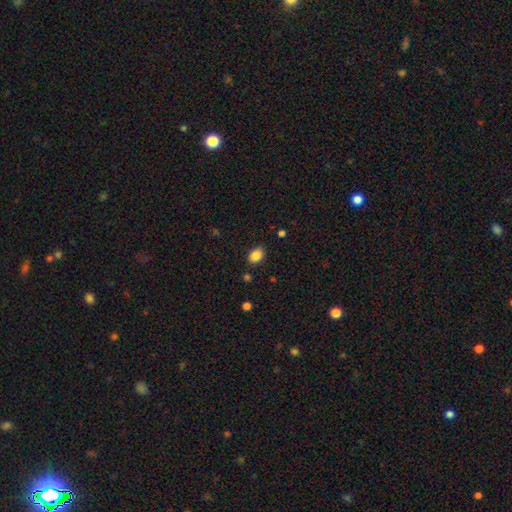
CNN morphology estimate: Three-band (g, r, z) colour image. It shows a smooth galaxy with no disk features (86%) that is in between round and cigar-shaped (81%). Merging: none (85%).